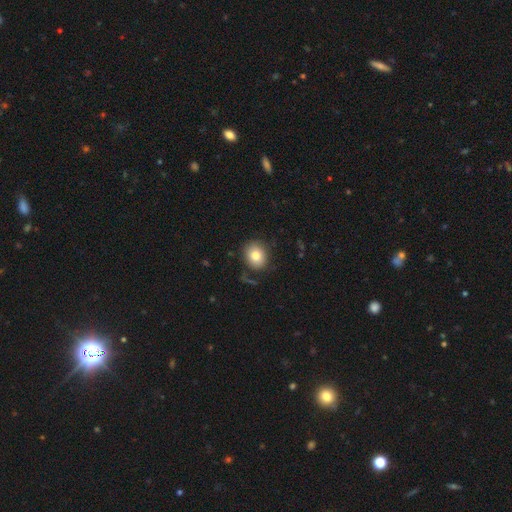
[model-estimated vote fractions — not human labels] Smooth or featured?
  - smooth: 80% *
  - featured or disk: 10%
  - star or artifact: 9%
How rounded?
  - round: 64% *
  - in between: 35%
  - cigar-shaped: 1%
Merging?
  - none: 82% *
  - minor disturbance: 12%
  - major disturbance: 4%
  - merger: 2%